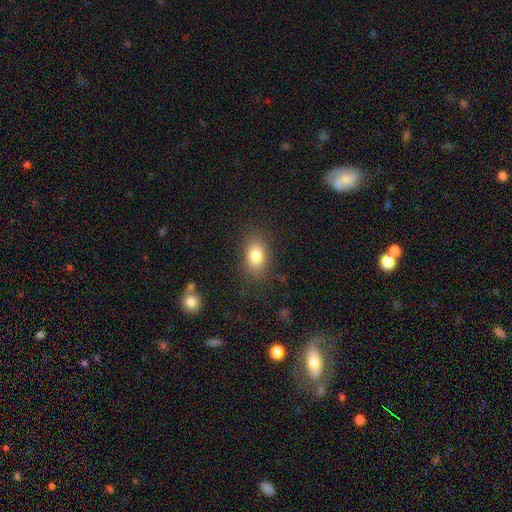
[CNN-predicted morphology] Smooth or featured?
  - smooth: 82% *
  - star or artifact: 9%
  - featured or disk: 9%
How rounded?
  - in between: 80% *
  - round: 18%
  - cigar-shaped: 2%
Merging?
  - none: 83% *
  - minor disturbance: 12%
  - major disturbance: 4%
  - merger: 1%